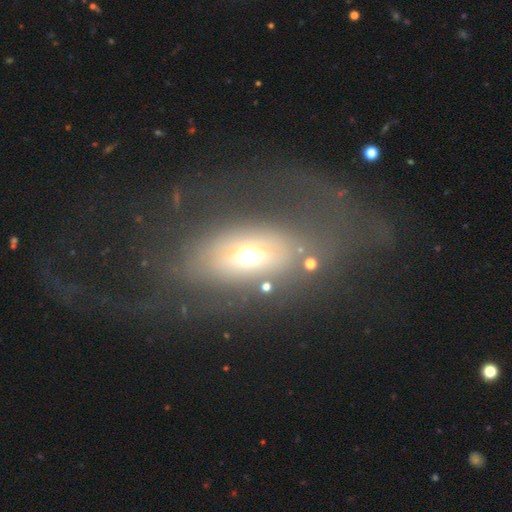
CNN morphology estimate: A featured or disk galaxy (66%) with no bar (71%), spiral arms (53%) and a moderate central bulge (53%).

Vote fractions:
- Smooth or featured? featured or disk: 66% / smooth: 24% / star or artifact: 10%
- Edge-on disk? no: 91% / yes: 9%
- Bar? no: 71% / weak: 19% / strong: 10%
- Spiral arms? yes: 53% / no: 47%
- Bulge size? moderate: 53% / small: 30% / large: 13% / dominant: 3% / none: 2%
- Merging? none: 48% / major disturbance: 31% / minor disturbance: 16% / merger: 4%